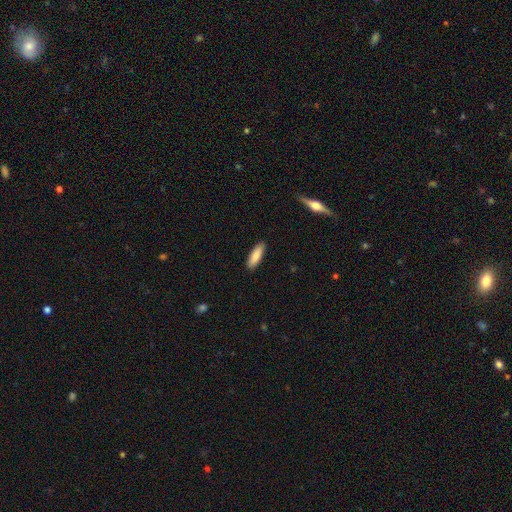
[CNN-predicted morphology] Overall: smooth (85%). How rounded: in between (50%; cigar-shaped 49%). Merging: none (89%).